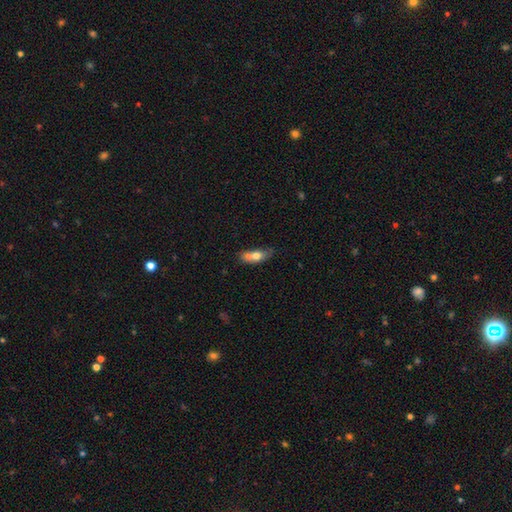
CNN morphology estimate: Smooth or featured? Predicted: smooth (p=0.65). How rounded? Predicted: in between (p=0.65). Merging? Predicted: merger (p=0.54).